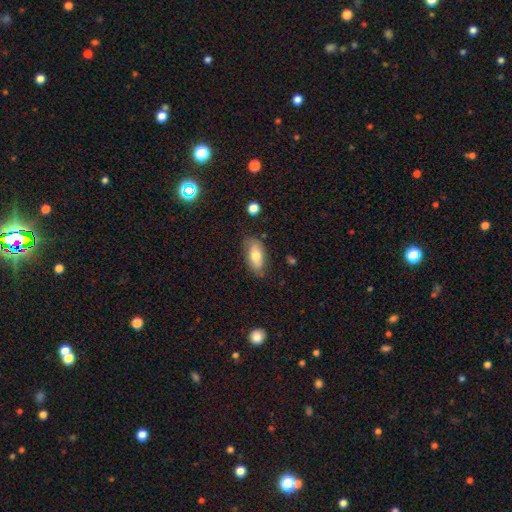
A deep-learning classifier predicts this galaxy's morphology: smooth 70%, featured or disk 23%, star or artifact 7%. Down the decision tree: how rounded — in between (86%); merging — none (77%).